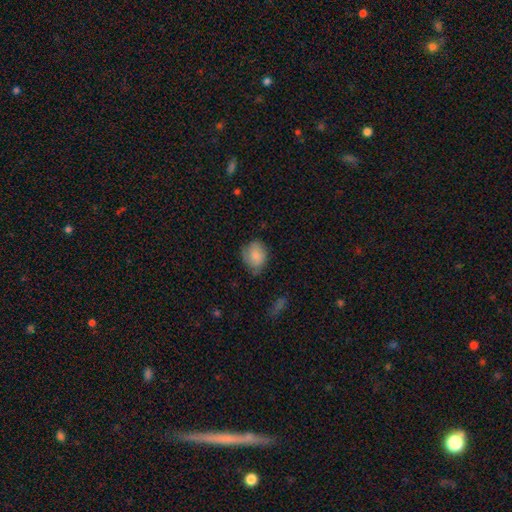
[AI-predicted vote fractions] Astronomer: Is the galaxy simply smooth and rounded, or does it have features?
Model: smooth — 80%.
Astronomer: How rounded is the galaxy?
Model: in between — 50% (runner-up: round, 49%).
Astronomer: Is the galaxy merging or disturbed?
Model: none — 61%.